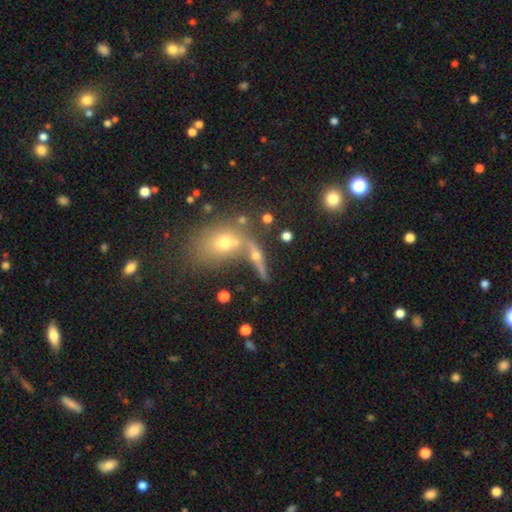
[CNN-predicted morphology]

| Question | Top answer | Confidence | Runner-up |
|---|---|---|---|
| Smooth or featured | featured or disk | 48% | smooth (37%) |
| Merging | none | 43% | merger (34%) |